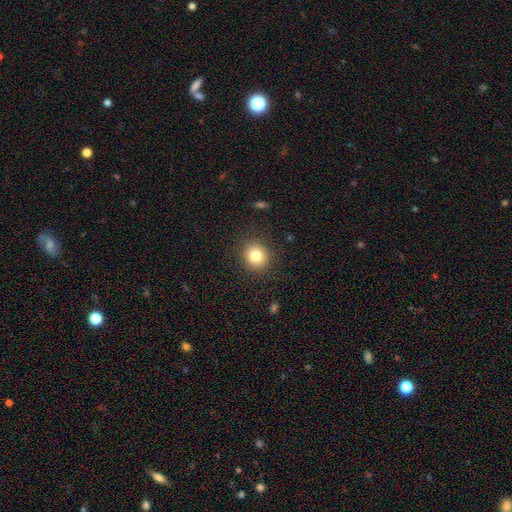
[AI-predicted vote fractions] Q: Smooth or featured?
A: smooth (82%); runner-up: star or artifact (11%)
Q: How rounded?
A: round (88%); runner-up: in between (11%)
Q: Merging?
A: none (89%); runner-up: minor disturbance (7%)